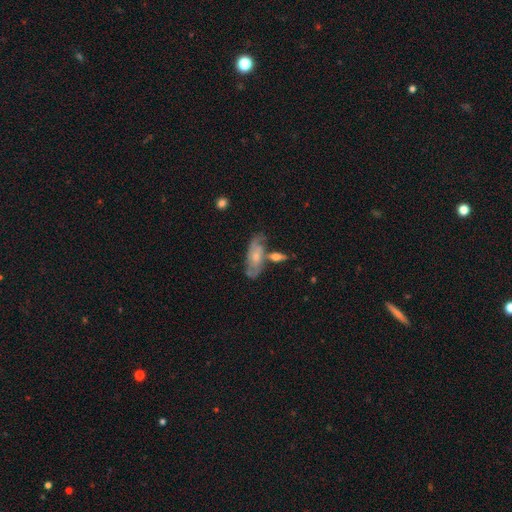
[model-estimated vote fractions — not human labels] smooth_or_featured: featured or disk (p=0.61) [alt: smooth p=0.32]
disk_edge_on: no (p=0.86) [alt: yes p=0.14]
bar: no (p=0.69) [alt: weak p=0.26]
has_spiral_arms: yes (p=0.81) [alt: no p=0.19]
bulge_size: small (p=0.55) [alt: moderate p=0.37]
merging: none (p=0.52) [alt: merger p=0.21]